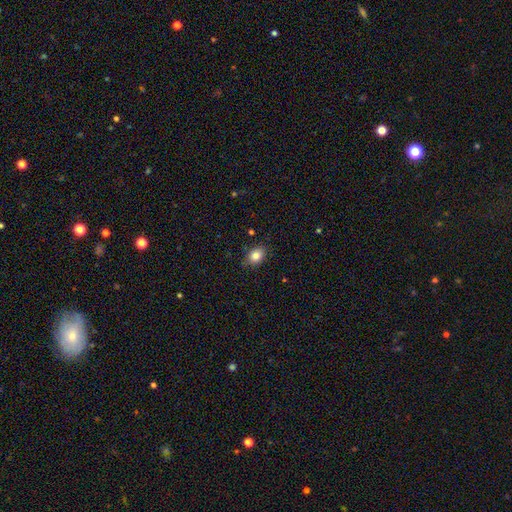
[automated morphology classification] Smooth or featured?
  - smooth: 84% *
  - star or artifact: 9%
  - featured or disk: 7%
How rounded?
  - in between: 72% *
  - round: 27%
  - cigar-shaped: 1%
Merging?
  - none: 84% *
  - minor disturbance: 12%
  - major disturbance: 2%
  - merger: 1%